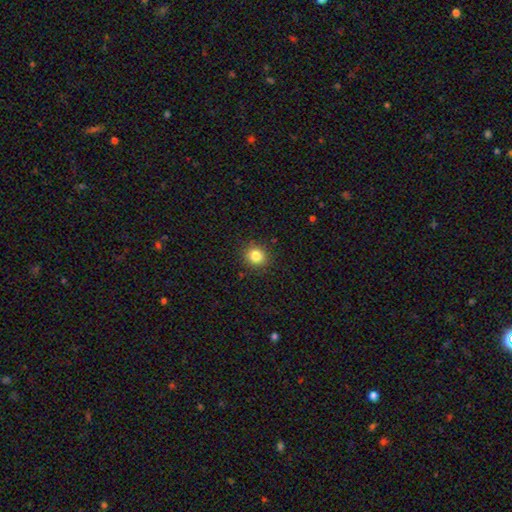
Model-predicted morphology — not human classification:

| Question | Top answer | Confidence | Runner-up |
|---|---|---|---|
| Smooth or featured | smooth | 84% | star or artifact (11%) |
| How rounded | round | 89% | in between (11%) |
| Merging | none | 90% | minor disturbance (7%) |